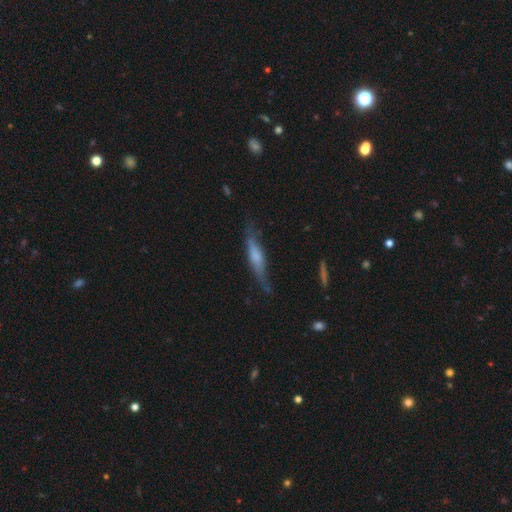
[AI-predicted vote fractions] A featured or disk galaxy (50%) viewed edge-on (86%). Merging: none (65%).